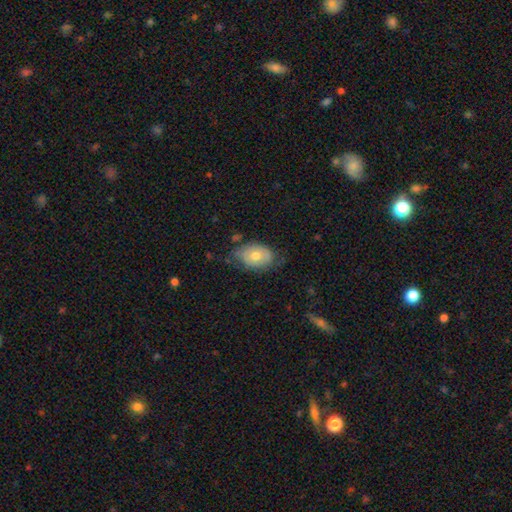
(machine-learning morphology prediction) Smooth or featured? smooth (61%)
How rounded? in between (77%)
Merging? none (57%)